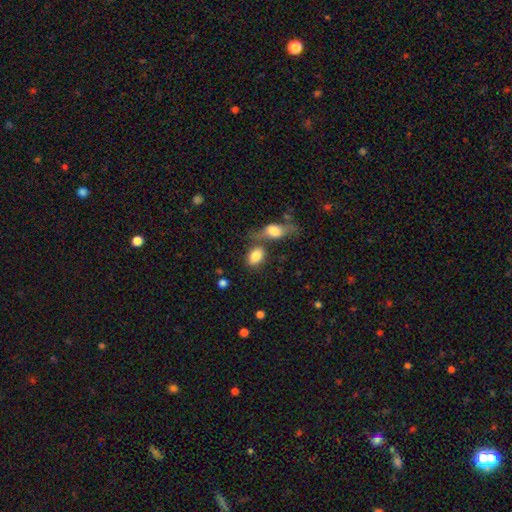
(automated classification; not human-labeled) smooth 83%, featured or disk 10%, star or artifact 8%. Down the decision tree: how rounded — in between (85%); merging — none (52%).